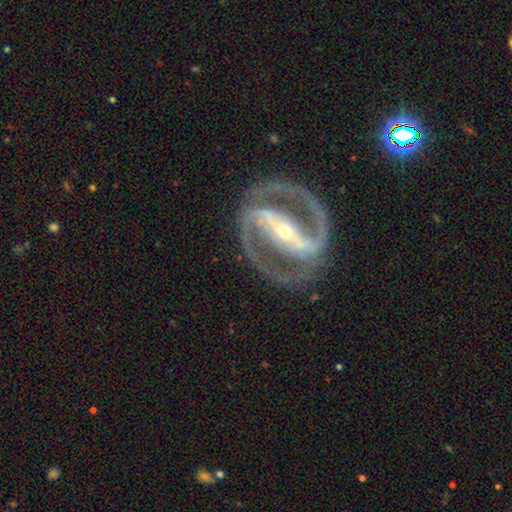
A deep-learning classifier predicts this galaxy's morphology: Overall: featured or disk (92%). Edge-on disk: no (95%). Bar: strong (84%). Spiral arms: yes (96%). Spiral arm count: 2 (93%). Spiral winding: medium (49%; tight 42%). Bulge size: small (68%; moderate 29%). Merging: none (84%).